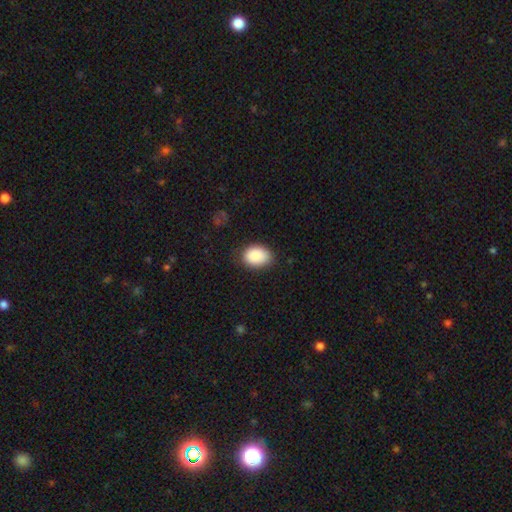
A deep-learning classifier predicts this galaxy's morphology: This is clearly a smooth galaxy (89%). How rounded: likely in between (77%). Merging: likely none (80%).